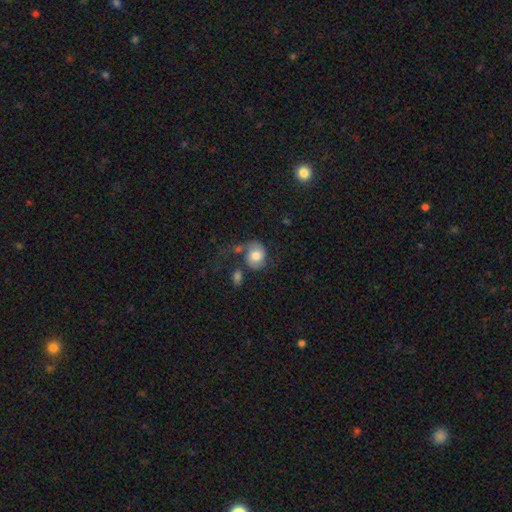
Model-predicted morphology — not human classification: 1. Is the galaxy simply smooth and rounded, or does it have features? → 57% smooth, 35% featured or disk, 8% star or artifact.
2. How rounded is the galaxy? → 58% round, 41% in between, 1% cigar-shaped.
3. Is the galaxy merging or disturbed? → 43% none, 22% minor disturbance, 21% major disturbance, 14% merger.